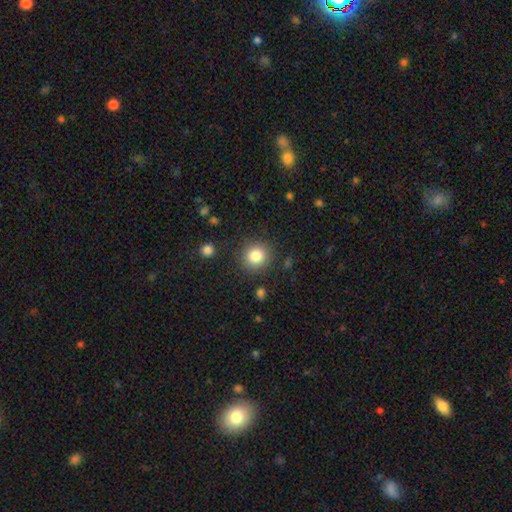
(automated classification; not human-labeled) A smooth galaxy with no disk features (83%) that is round (91%). Merging: none (87%).